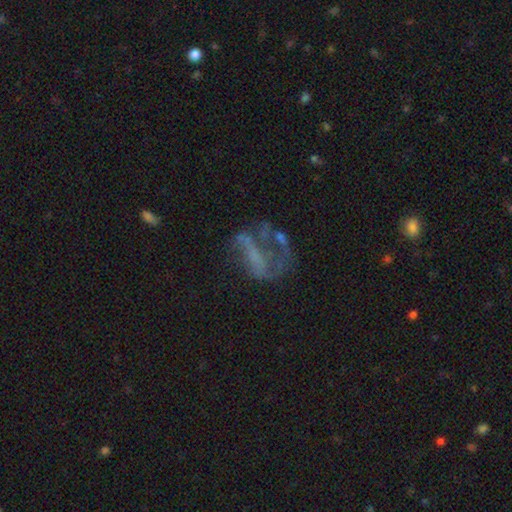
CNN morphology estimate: Smooth or featured?
  - featured or disk: 60% *
  - smooth: 21%
  - star or artifact: 19%
Edge-on disk?
  - no: 95% *
  - yes: 5%
Bar?
  - no: 55% *
  - weak: 25%
  - strong: 20%
Spiral arms?
  - no: 57% *
  - yes: 43%
Bulge size?
  - none: 67% *
  - small: 20%
  - moderate: 9%
  - large: 3%
  - dominant: 1%
Merging?
  - major disturbance: 46% *
  - none: 30%
  - minor disturbance: 14%
  - merger: 9%